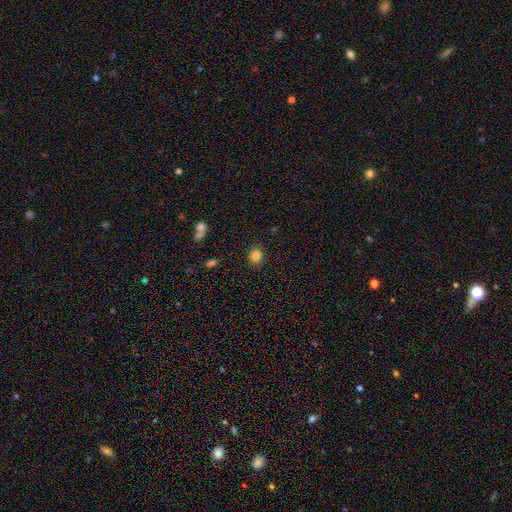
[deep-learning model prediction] Overall: smooth (82%). How rounded: round (79%). Merging: none (89%).